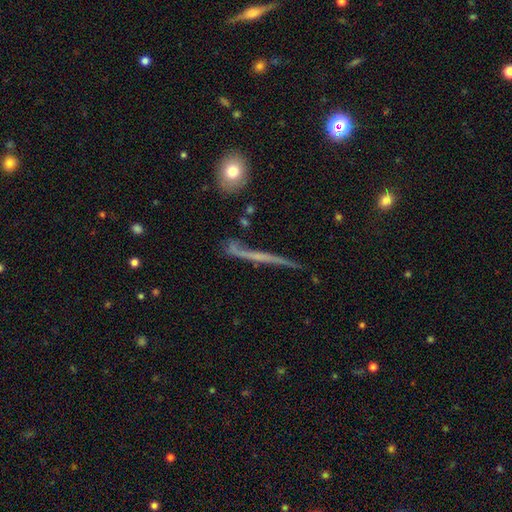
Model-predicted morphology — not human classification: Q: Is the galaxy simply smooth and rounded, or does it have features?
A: featured or disk — 61%.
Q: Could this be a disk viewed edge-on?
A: yes — 92%.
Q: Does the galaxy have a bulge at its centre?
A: none — 68%.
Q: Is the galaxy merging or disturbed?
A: none — 77%.